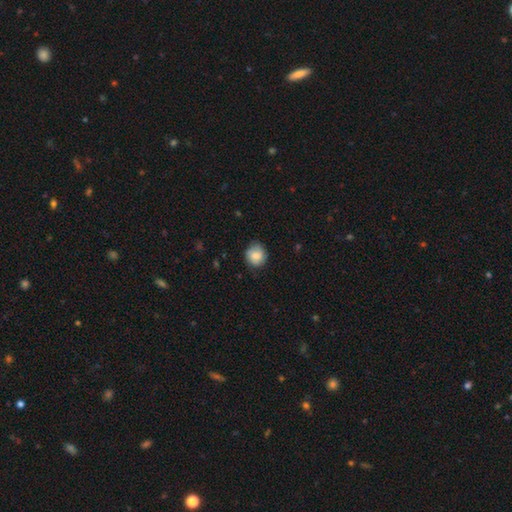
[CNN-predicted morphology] smooth-or-featured: smooth: 80% | featured or disk: 12% | star or artifact: 8%
  how-rounded: round: 80% | in between: 19% | cigar-shaped: 1%
  merging: none: 73% | minor disturbance: 22% | major disturbance: 4% | merger: 1%